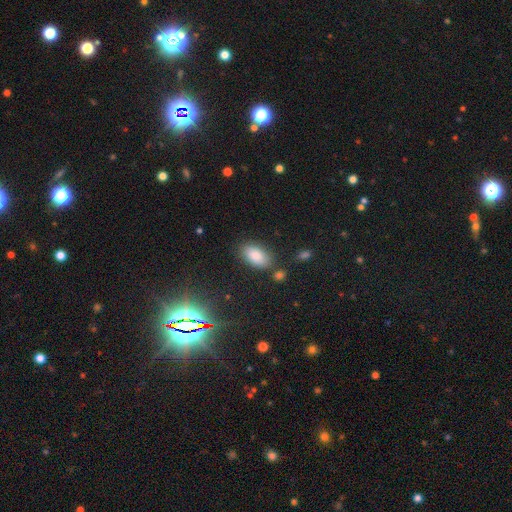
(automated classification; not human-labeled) A smooth galaxy with no disk features (85%) that is in between round and cigar-shaped (93%).

Vote fractions:
- Smooth or featured? smooth: 85% / star or artifact: 8% / featured or disk: 7%
- How rounded? in between: 93% / round: 4% / cigar-shaped: 3%
- Merging? none: 77% / minor disturbance: 14% / merger: 5% / major disturbance: 4%